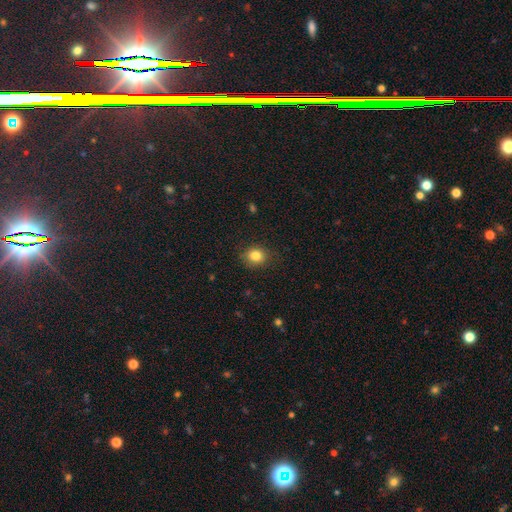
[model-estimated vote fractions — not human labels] Smooth or featured?
  - smooth: 83% *
  - star or artifact: 11%
  - featured or disk: 6%
How rounded?
  - round: 75% *
  - in between: 24%
  - cigar-shaped: 1%
Merging?
  - none: 86% *
  - minor disturbance: 10%
  - major disturbance: 3%
  - merger: 1%